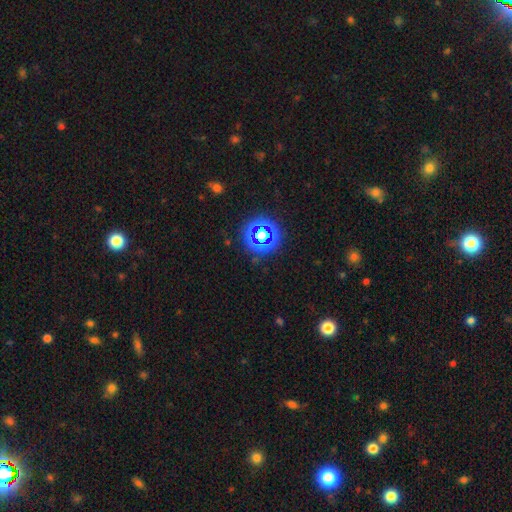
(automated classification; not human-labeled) A smooth galaxy with no disk features (52%) that is round (88%).

Vote fractions:
- Smooth or featured? smooth: 52% / star or artifact: 42% / featured or disk: 6%
- How rounded? round: 88% / in between: 10% / cigar-shaped: 2%
- Merging? none: 88% / minor disturbance: 6% / major disturbance: 3% / merger: 3%